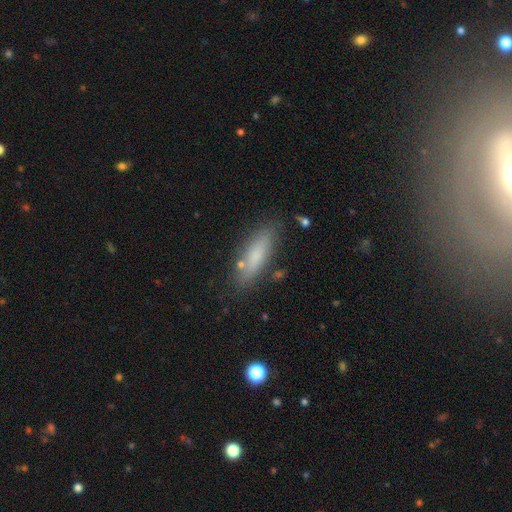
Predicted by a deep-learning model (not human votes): A smooth galaxy with no disk features (74%) that is cigar-shaped (50%).

Vote fractions:
- Smooth or featured? smooth: 74% / featured or disk: 18% / star or artifact: 8%
- How rounded? cigar-shaped: 50% / in between: 48% / round: 2%
- Merging? none: 80% / minor disturbance: 14% / merger: 3% / major disturbance: 3%